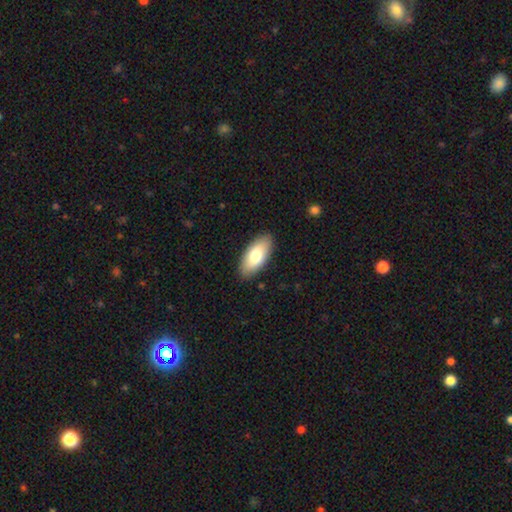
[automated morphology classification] smooth-or-featured: smooth: 77% | featured or disk: 17% | star or artifact: 6%
  how-rounded: in between: 90% | cigar-shaped: 8% | round: 2%
  merging: none: 88% | minor disturbance: 9% | major disturbance: 2% | merger: 1%